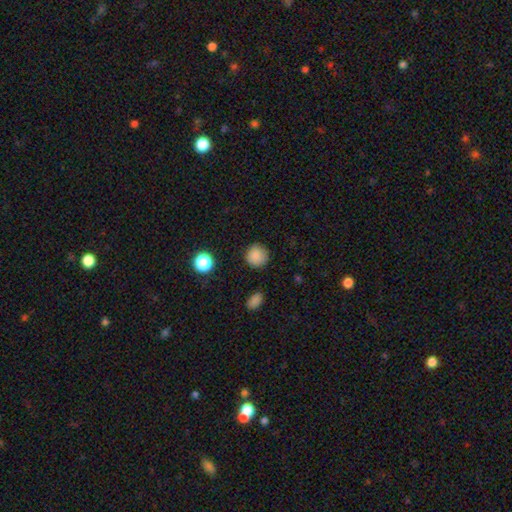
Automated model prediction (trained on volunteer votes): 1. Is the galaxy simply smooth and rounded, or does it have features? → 86% smooth, 10% star or artifact, 4% featured or disk.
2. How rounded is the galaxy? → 93% round, 6% in between, 1% cigar-shaped.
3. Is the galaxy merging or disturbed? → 87% none, 9% minor disturbance, 3% major disturbance, 2% merger.